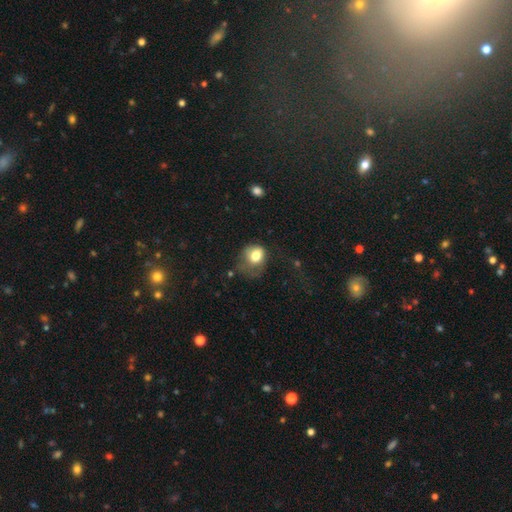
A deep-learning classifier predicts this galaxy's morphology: Smooth or featured: smooth — 75% (featured or disk — 15%)
How rounded: round — 54% (in between — 45%)
Merging: major disturbance — 41% (minor disturbance — 31%)